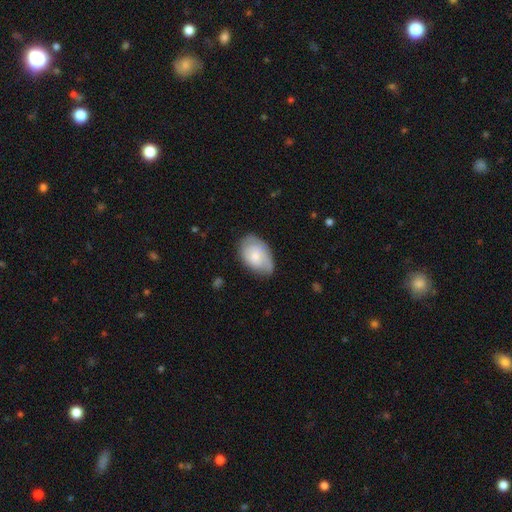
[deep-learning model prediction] smooth-or-featured: smooth: 55% | featured or disk: 39% | star or artifact: 6%
  how-rounded: in between: 87% | round: 12% | cigar-shaped: 1%
  merging: none: 61% | minor disturbance: 30% | major disturbance: 8% | merger: 2%